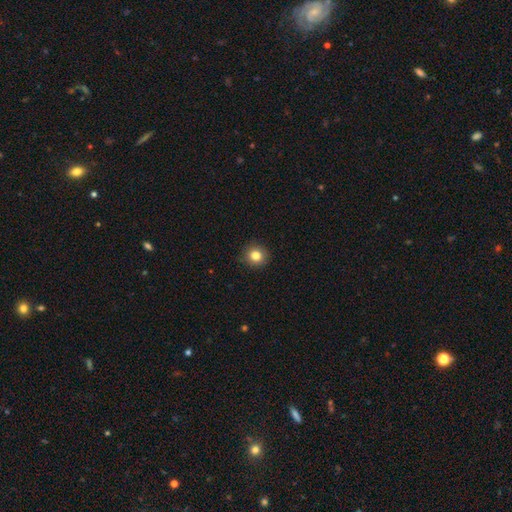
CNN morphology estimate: Q: Smooth or featured?
A: smooth (83%); runner-up: star or artifact (11%)
Q: How rounded?
A: round (91%); runner-up: in between (8%)
Q: Merging?
A: none (90%); runner-up: minor disturbance (7%)